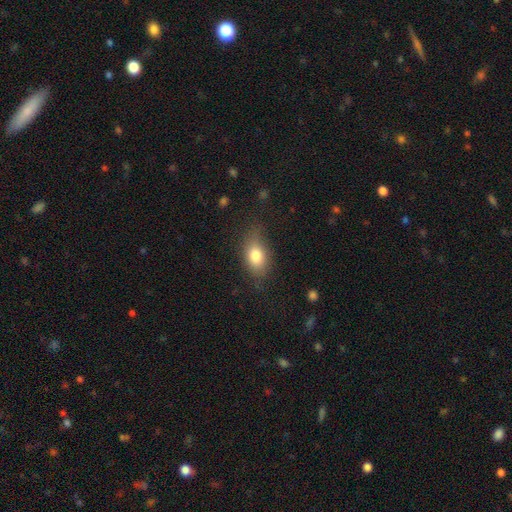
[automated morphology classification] Smooth or featured: smooth — 79% (featured or disk — 12%)
How rounded: in between — 84% (round — 13%)
Merging: none — 71% (minor disturbance — 21%)